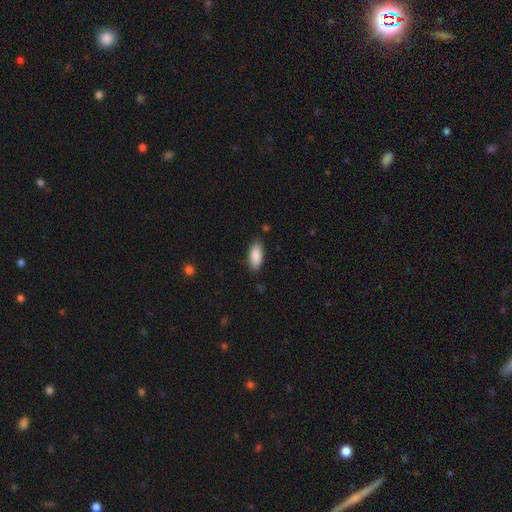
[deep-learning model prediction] Smooth or featured? smooth (89%)
How rounded? in between (85%)
Merging? none (84%)